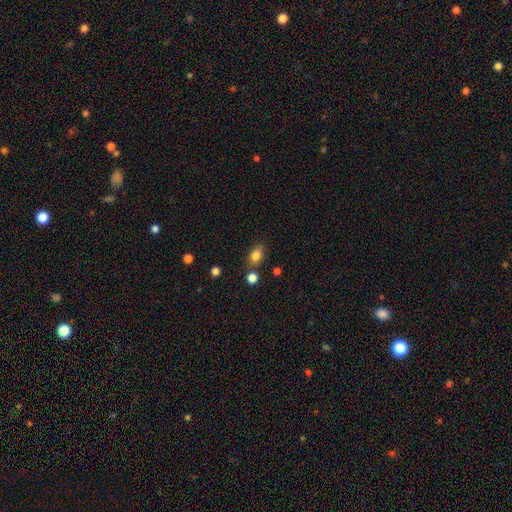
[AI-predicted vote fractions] Q: Smooth or featured?
A: smooth (82%); runner-up: star or artifact (11%)
Q: How rounded?
A: in between (75%); runner-up: round (23%)
Q: Merging?
A: none (73%); runner-up: minor disturbance (15%)